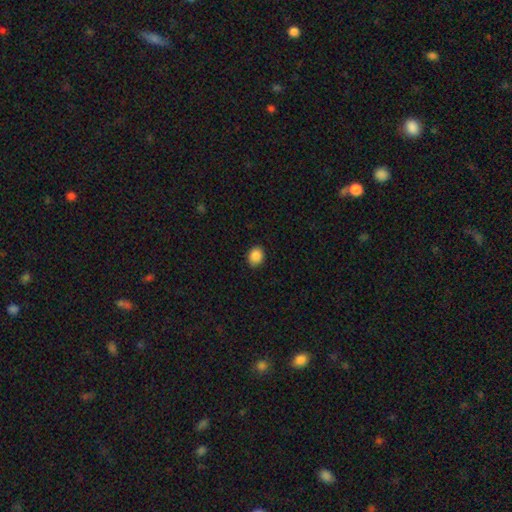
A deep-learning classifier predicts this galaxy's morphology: A smooth galaxy with no disk features (88%) that is in between round and cigar-shaped (50%). Merging: none (89%).